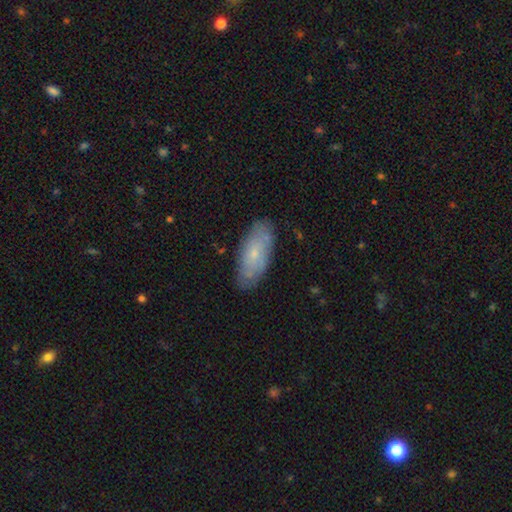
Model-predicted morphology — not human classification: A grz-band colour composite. It shows a smooth galaxy with no disk features (52%) that is in between round and cigar-shaped (76%). Merging: none (84%).